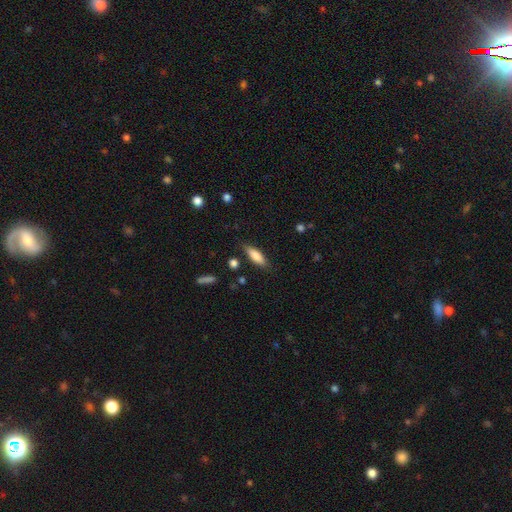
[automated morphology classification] The model was most divided on "how rounded": in between: 53%, cigar-shaped: 45%, round: 2%. More confident: merging — none (82%); smooth or featured — smooth (79%).